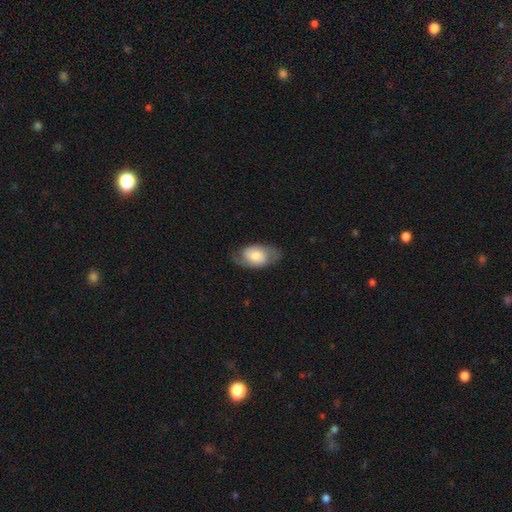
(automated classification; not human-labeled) The model was most divided on "smooth or featured": smooth: 48%, featured or disk: 46%, star or artifact: 6%. More confident: merging — none (69%).